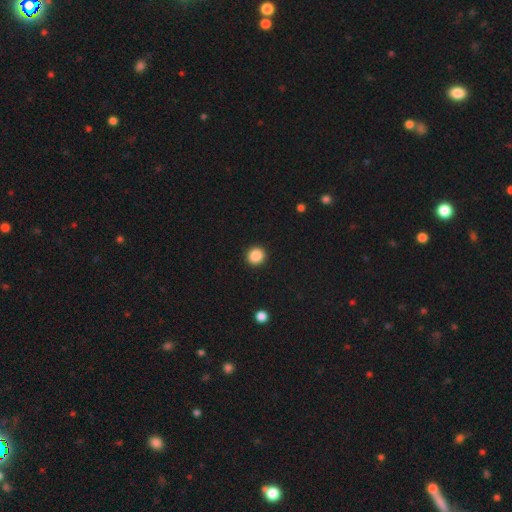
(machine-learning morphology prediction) smooth 87%, star or artifact 10%, featured or disk 3%. Down the decision tree: how rounded — round (93%); merging — none (93%).